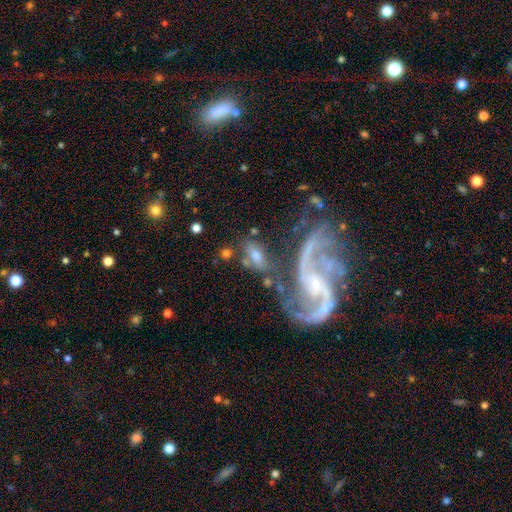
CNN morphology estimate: smooth-or-featured: featured or disk: 67% | smooth: 24% | star or artifact: 9%
  disk-edge-on: no: 92% | yes: 8%
    bar: weak: 41% | no: 40% | strong: 19%
    has-spiral-arms: yes: 86% | no: 14%
      spiral-winding: loose: 48% | medium: 37% | tight: 15%
      spiral-arm-count: 2: 81% | can't tell: 7% | 3: 4% | 1: 3% | 4: 2% | more than 4: 2%
    bulge-size: small: 64% | moderate: 25% | none: 5% | large: 4% | dominant: 2%
  merging: none: 45% | merger: 20% | minor disturbance: 20% | major disturbance: 14%